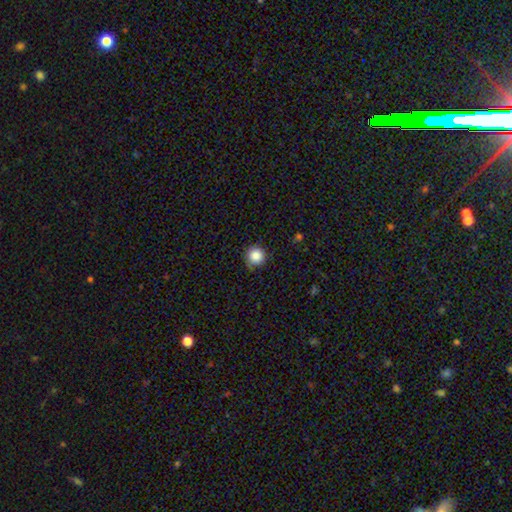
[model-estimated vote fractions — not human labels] Smooth or featured? smooth (86%)
How rounded? round (95%)
Merging? none (83%)